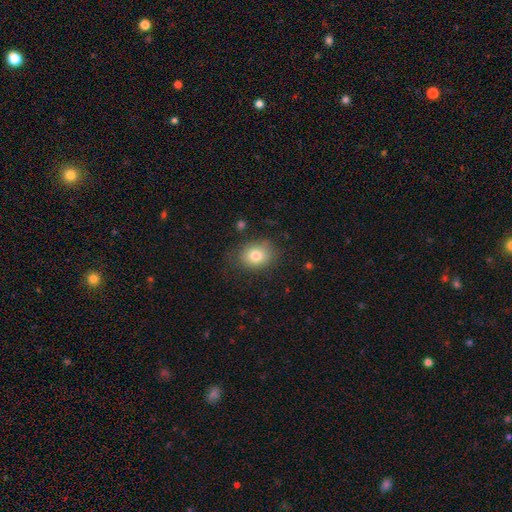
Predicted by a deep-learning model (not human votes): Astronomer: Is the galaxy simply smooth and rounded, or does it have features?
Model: smooth — 80%.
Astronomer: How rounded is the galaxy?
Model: round — 53% (runner-up: in between, 47%).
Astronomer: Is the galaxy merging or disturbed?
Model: none — 76%.